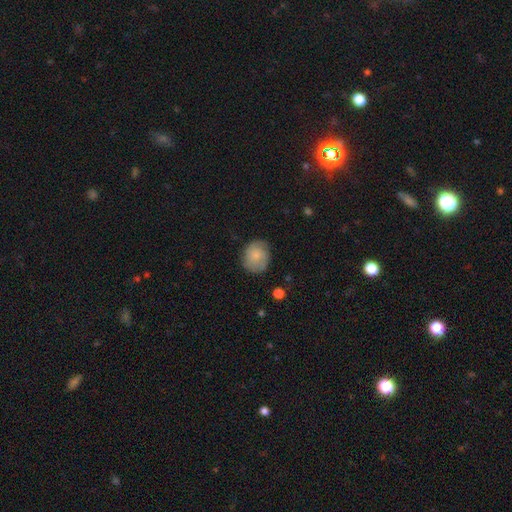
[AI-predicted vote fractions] Morphology: type=smooth (75%); roundness=round (72%); merging=none (73%).